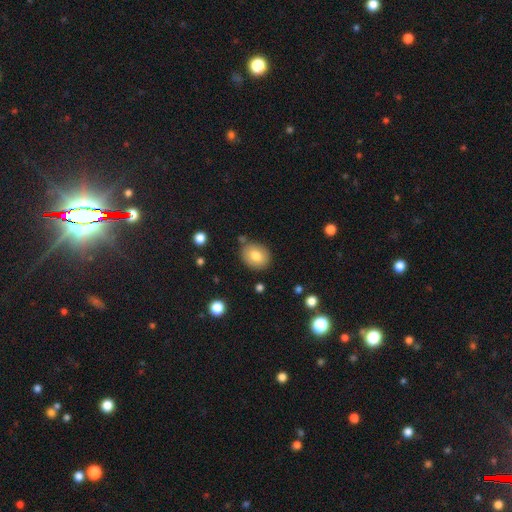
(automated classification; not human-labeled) Smooth or featured? Predicted: smooth (p=0.79). How rounded? Predicted: in between (p=0.50). Merging? Predicted: none (p=0.78).